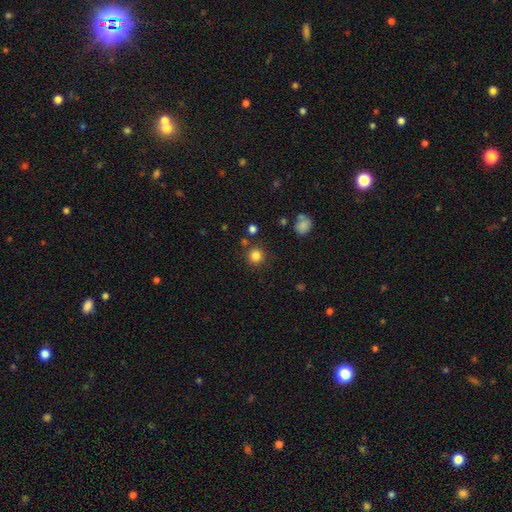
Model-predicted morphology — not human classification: Smooth or featured: smooth — 83% (star or artifact — 12%)
How rounded: round — 94% (in between — 5%)
Merging: none — 85% (minor disturbance — 7%)